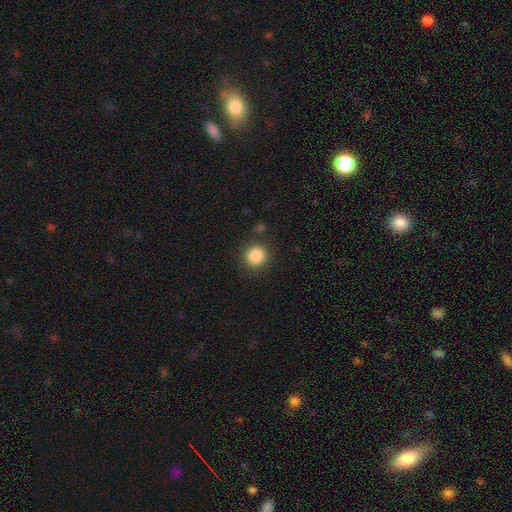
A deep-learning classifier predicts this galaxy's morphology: Q: Smooth or featured?
A: smooth (86%); runner-up: star or artifact (10%)
Q: How rounded?
A: round (91%); runner-up: in between (8%)
Q: Merging?
A: none (88%); runner-up: minor disturbance (7%)